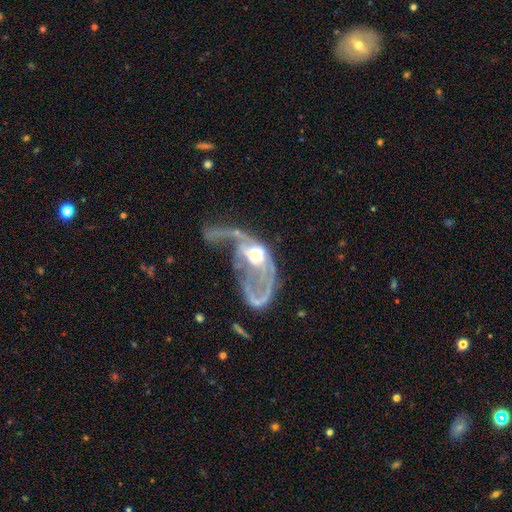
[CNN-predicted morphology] Overall: featured or disk (78%). Edge-on disk: no (94%). Bar: no (66%). Spiral arms: yes (69%; no 31%). Spiral arm count: 2 (38%; 1 26%). Spiral winding: loose (62%; medium 27%). Bulge size: moderate (53%; small 25%). Merging: major disturbance (57%).